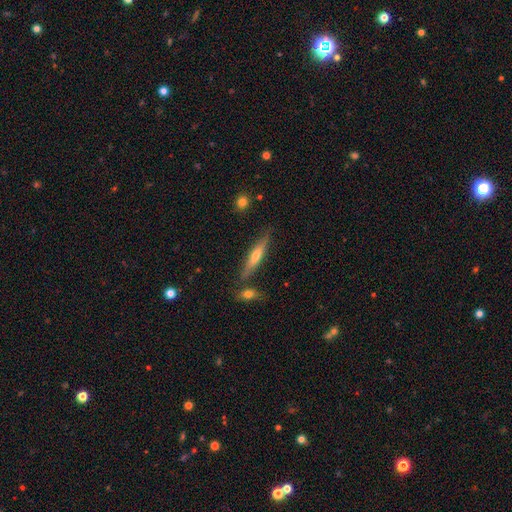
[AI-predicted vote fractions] This is possibly a featured or disk galaxy (52%). It is clearly viewed edge-on (92%). Merging: clearly none (81%).